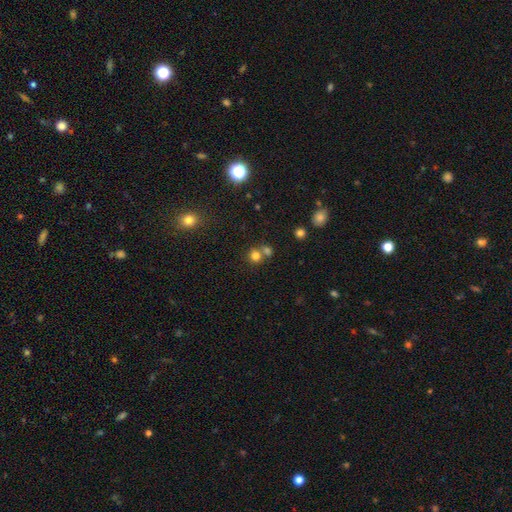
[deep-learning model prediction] Overall: smooth (77%). How rounded: round (83%). Merging: none (50%; merger 40%).